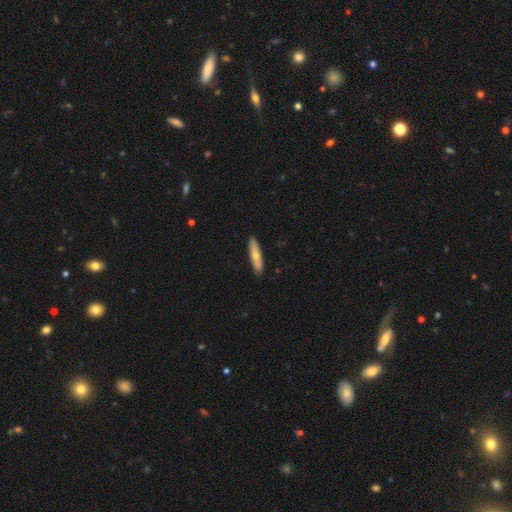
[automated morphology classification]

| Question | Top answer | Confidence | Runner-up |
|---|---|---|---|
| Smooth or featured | smooth | 65% | featured or disk (30%) |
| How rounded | cigar-shaped | 82% | in between (16%) |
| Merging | none | 90% | minor disturbance (7%) |